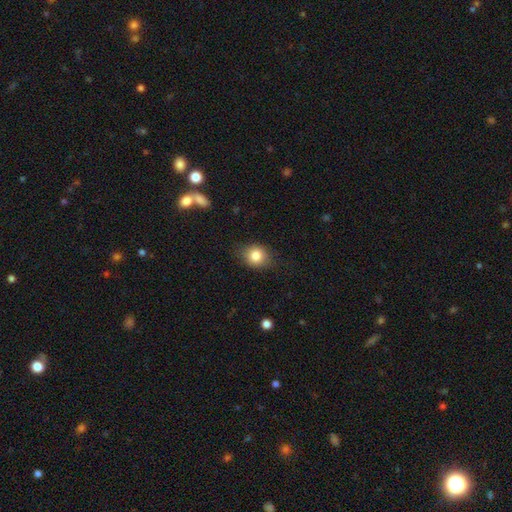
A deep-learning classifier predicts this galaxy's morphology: smooth 81%, star or artifact 10%, featured or disk 9%. Down the decision tree: how rounded — round (68%); merging — none (78%).